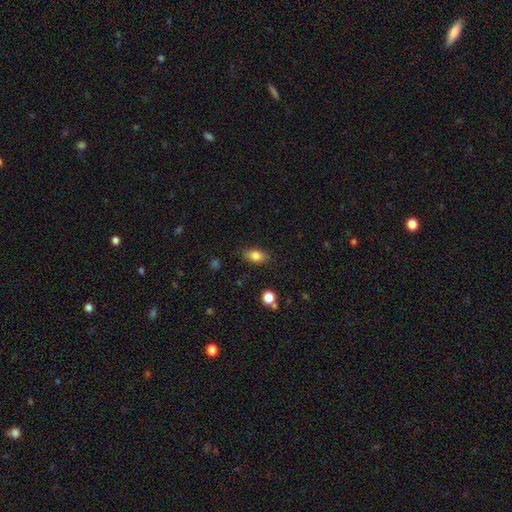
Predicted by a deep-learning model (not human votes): smooth_or_featured: smooth (p=0.82) [alt: featured or disk p=0.09]
how_rounded: in between (p=0.85) [alt: round p=0.11]
merging: none (p=0.83) [alt: minor disturbance p=0.13]